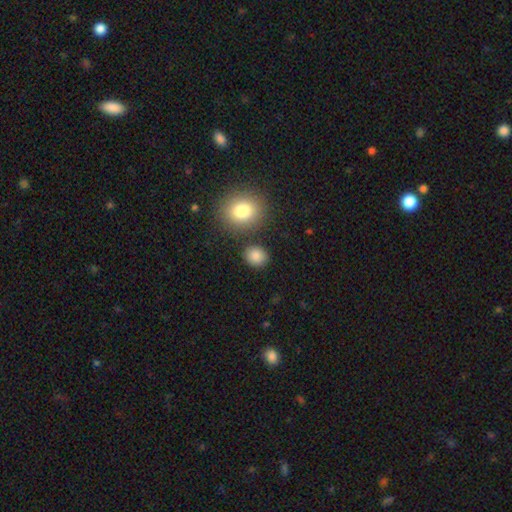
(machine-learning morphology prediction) Overall: smooth (85%). How rounded: round (70%). Merging: none (84%).